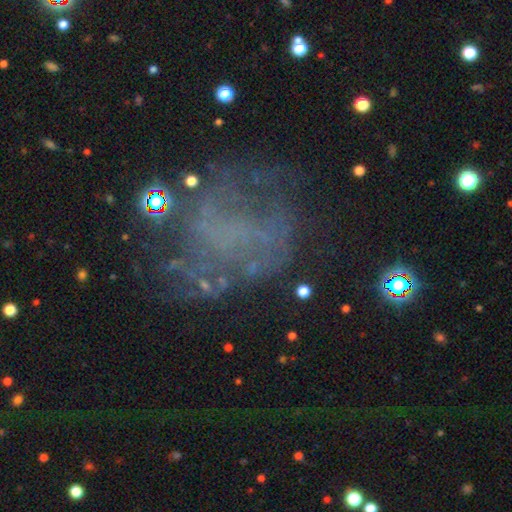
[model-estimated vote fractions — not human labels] Overall: featured or disk (58%; star or artifact 22%). Edge-on disk: no (98%). Bar: no (78%). Spiral arms: no (53%; yes 47%). Bulge size: none (77%). Merging: none (53%; major disturbance 25%).